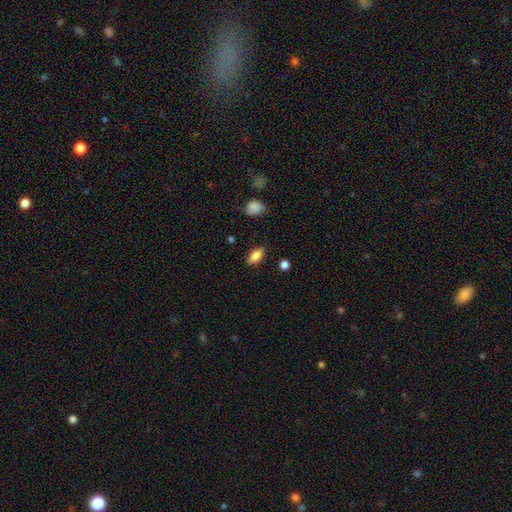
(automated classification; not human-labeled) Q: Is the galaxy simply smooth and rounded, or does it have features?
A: smooth — 75%.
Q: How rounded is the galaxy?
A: in between — 83%.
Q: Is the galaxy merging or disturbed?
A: none — 80%.